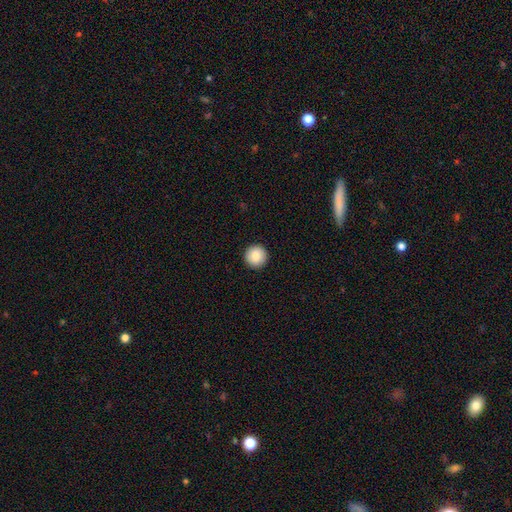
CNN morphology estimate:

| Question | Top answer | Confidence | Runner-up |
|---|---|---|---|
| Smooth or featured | smooth | 86% | star or artifact (8%) |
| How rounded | round | 96% | in between (3%) |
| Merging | none | 93% | minor disturbance (4%) |